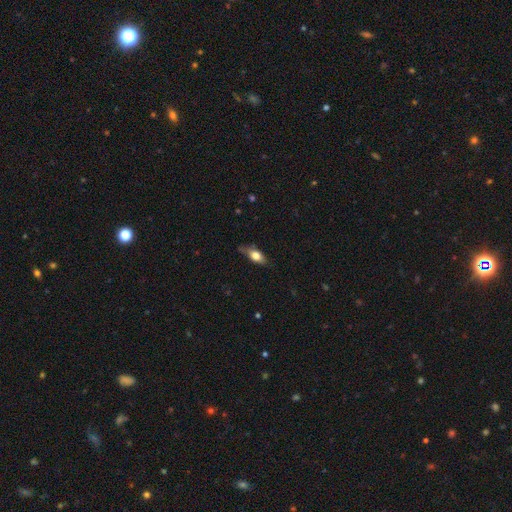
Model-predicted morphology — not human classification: smooth_or_featured: smooth (p=0.63) [alt: featured or disk p=0.29]
how_rounded: in between (p=0.72) [alt: cigar-shaped p=0.22]
merging: none (p=0.62) [alt: minor disturbance p=0.28]